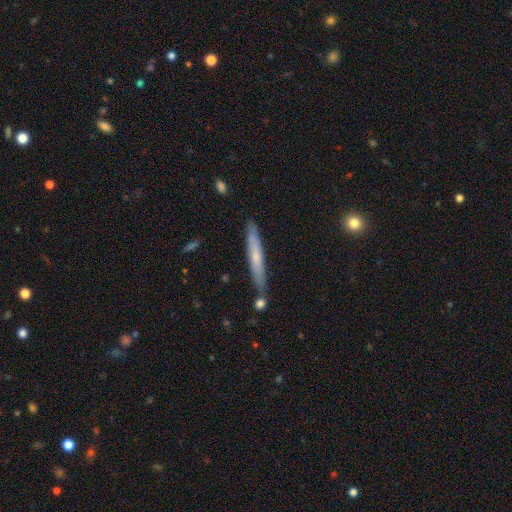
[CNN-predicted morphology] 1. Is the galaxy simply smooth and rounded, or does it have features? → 53% smooth, 41% featured or disk, 6% star or artifact.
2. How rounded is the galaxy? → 96% cigar-shaped, 3% in between, 1% round.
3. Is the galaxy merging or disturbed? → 82% none, 12% minor disturbance, 4% merger, 2% major disturbance.